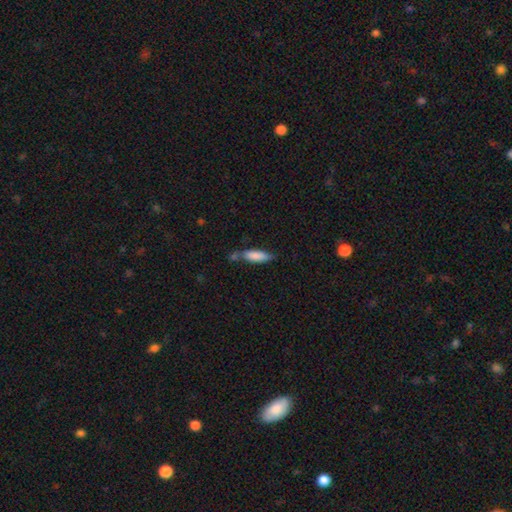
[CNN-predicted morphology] Smooth or featured: smooth — 82% (featured or disk — 11%)
How rounded: in between — 50% (cigar-shaped — 48%)
Merging: none — 50% (minor disturbance — 24%)